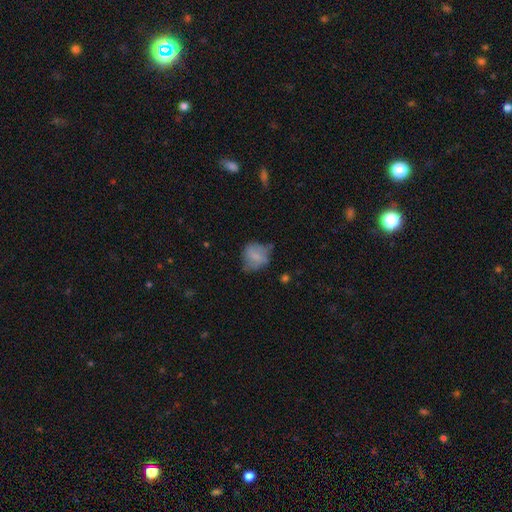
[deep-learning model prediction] smooth-or-featured: smooth: 65% | featured or disk: 25% | star or artifact: 10%
  how-rounded: round: 61% | in between: 37% | cigar-shaped: 1%
  merging: none: 45% | minor disturbance: 35% | major disturbance: 16% | merger: 4%